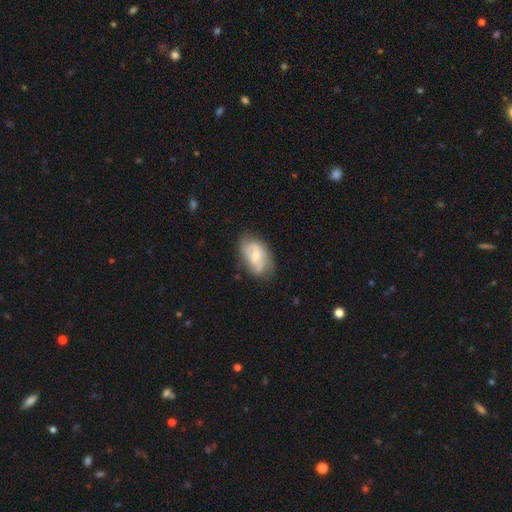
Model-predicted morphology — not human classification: The model was most divided on "smooth or featured": featured or disk: 53%, smooth: 41%, star or artifact: 7%. More confident: edge-on disk — no (93%); merging — none (63%).